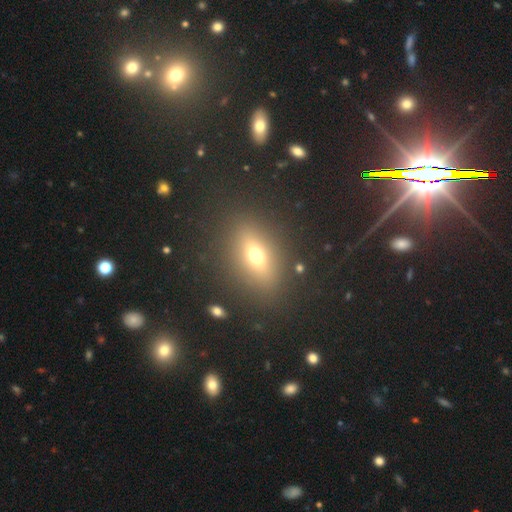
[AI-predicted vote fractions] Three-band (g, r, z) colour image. It shows a smooth galaxy with no disk features (61%) that is in between round and cigar-shaped (70%). Merging: none (85%).